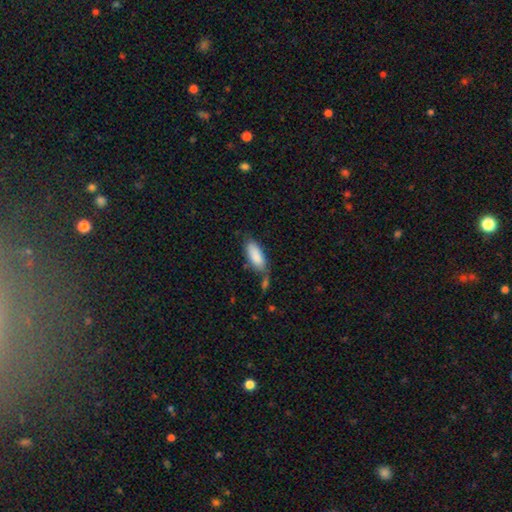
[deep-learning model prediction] A smooth galaxy with no disk features (87%) that is in between round and cigar-shaped (80%).

Vote fractions:
- Smooth or featured? smooth: 87% / featured or disk: 7% / star or artifact: 6%
- How rounded? in between: 80% / cigar-shaped: 18% / round: 2%
- Merging? none: 57% / minor disturbance: 23% / merger: 14% / major disturbance: 6%